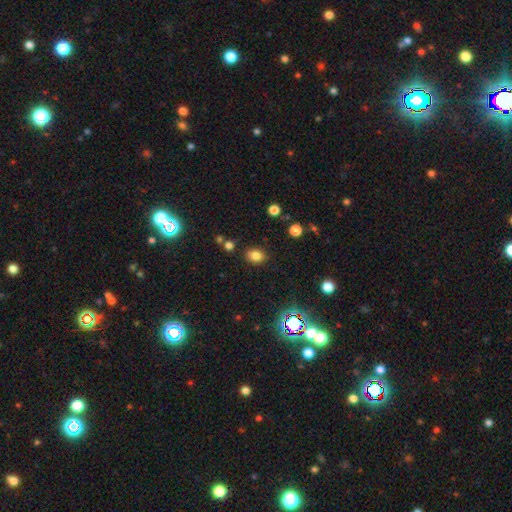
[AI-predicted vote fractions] This appears to be a smooth galaxy with no disk features (79%) that is in between round and cigar-shaped (60%). Merging: none (84%).